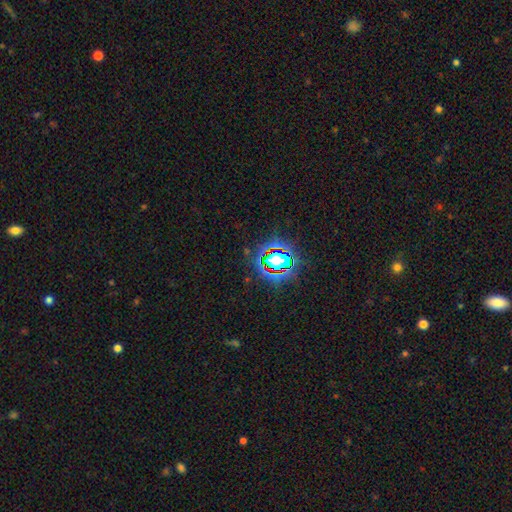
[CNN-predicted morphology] This is clearly a star or artifact rather than a galaxy (81%).